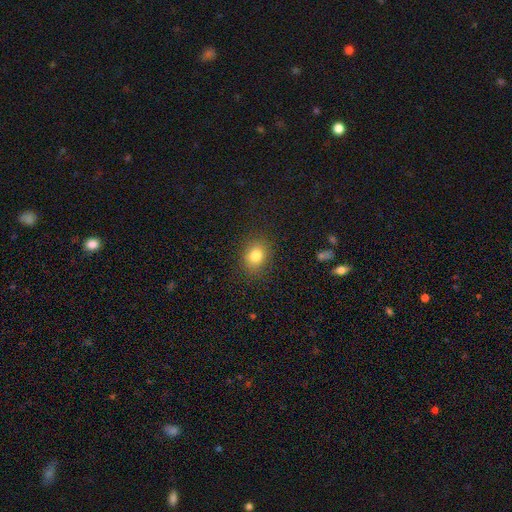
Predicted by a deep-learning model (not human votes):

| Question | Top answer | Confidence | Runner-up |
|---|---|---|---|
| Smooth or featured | smooth | 81% | star or artifact (12%) |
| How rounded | round | 57% | in between (42%) |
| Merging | none | 87% | minor disturbance (9%) |